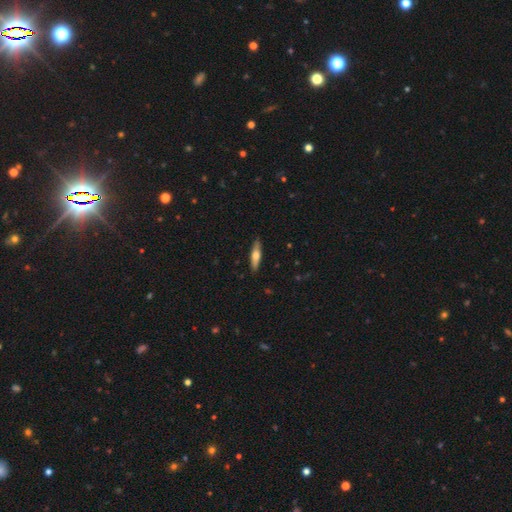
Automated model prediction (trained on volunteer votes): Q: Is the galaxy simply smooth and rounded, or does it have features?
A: smooth — 55%.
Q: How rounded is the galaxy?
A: cigar-shaped — 71%.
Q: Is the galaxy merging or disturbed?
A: none — 88%.